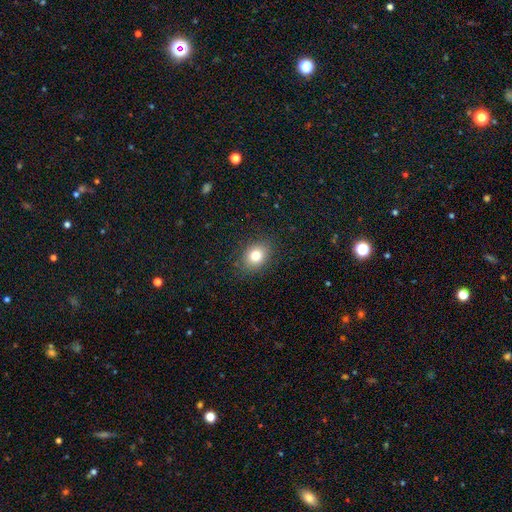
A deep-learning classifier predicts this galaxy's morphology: This is likely a smooth galaxy (79%). How rounded: possibly in between (54%). Merging: clearly none (86%).